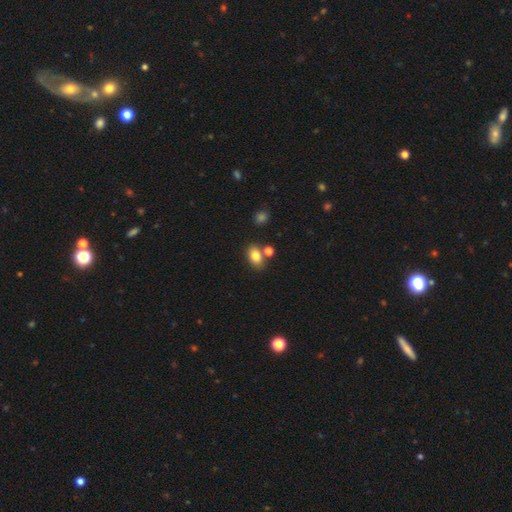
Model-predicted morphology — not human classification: This appears to be a smooth galaxy with no disk features (82%) that is in between round and cigar-shaped (79%). Merging: none (68%).